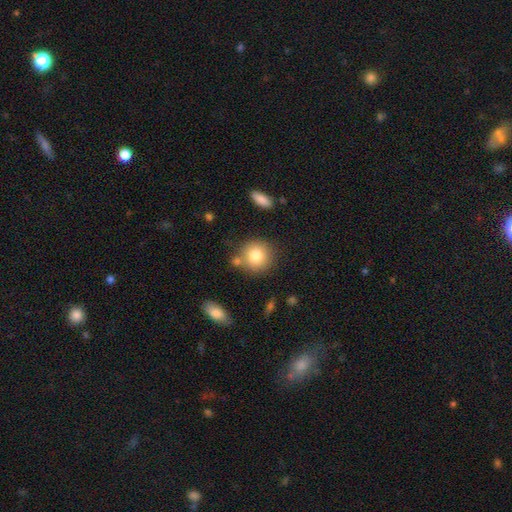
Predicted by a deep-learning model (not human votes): Overall: smooth (80%). How rounded: round (90%). Merging: none (73%).